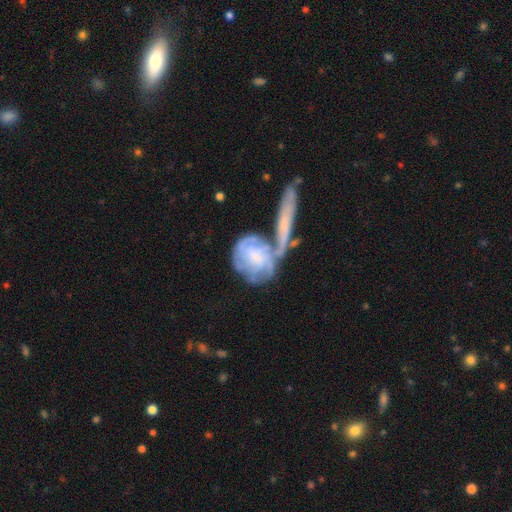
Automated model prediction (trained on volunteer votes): Smooth or featured?
  - featured or disk: 67% *
  - smooth: 26%
  - star or artifact: 7%
Edge-on disk?
  - no: 93% *
  - yes: 7%
Bar?
  - no: 63% *
  - weak: 29%
  - strong: 8%
Spiral arms?
  - yes: 79% *
  - no: 21%
Bulge size?
  - small: 39% *
  - none: 30%
  - moderate: 22%
  - large: 6%
  - dominant: 2%
Merging?
  - merger: 37% *
  - none: 34%
  - minor disturbance: 16%
  - major disturbance: 14%